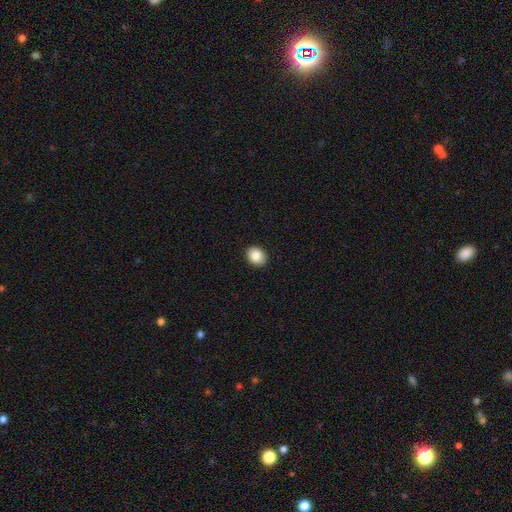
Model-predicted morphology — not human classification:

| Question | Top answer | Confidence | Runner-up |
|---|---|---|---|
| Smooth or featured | smooth | 85% | star or artifact (8%) |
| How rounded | round | 54% | in between (45%) |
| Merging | none | 91% | minor disturbance (6%) |